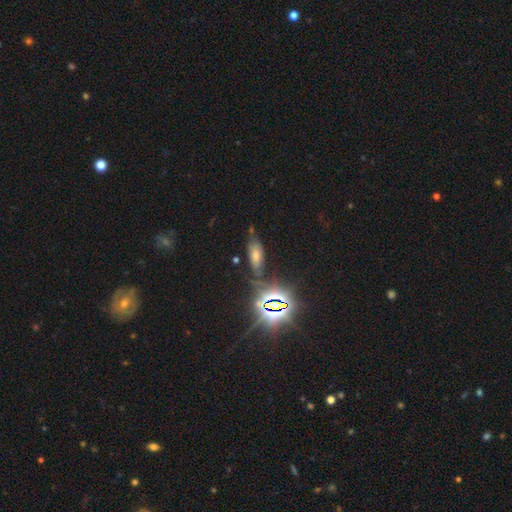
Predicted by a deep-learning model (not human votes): A star or artifact, not a galaxy (52%).